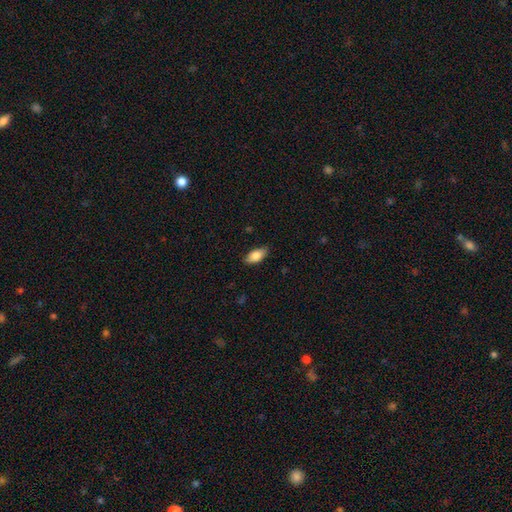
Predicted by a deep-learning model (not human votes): Q: Smooth or featured?
A: smooth (82%); runner-up: featured or disk (12%)
Q: How rounded?
A: in between (89%); runner-up: cigar-shaped (8%)
Q: Merging?
A: none (84%); runner-up: minor disturbance (13%)